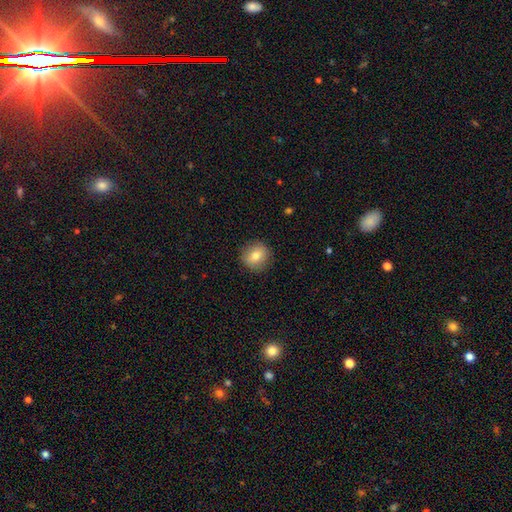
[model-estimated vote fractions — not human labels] Smooth or featured? Predicted: smooth (p=0.79). How rounded? Predicted: round (p=0.84). Merging? Predicted: none (p=0.89).